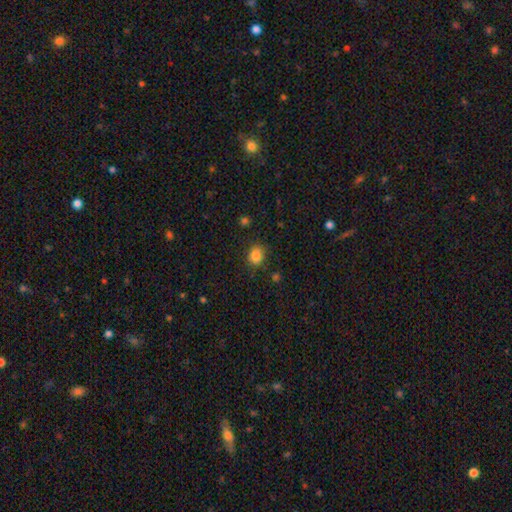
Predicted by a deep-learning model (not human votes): This appears to be a smooth galaxy with no disk features (85%) that is round (54%). Merging: none (83%).